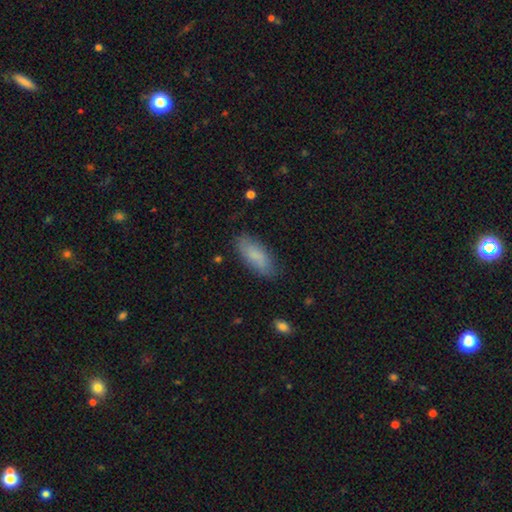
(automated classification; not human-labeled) A smooth galaxy with no disk features (80%) that is in between round and cigar-shaped (76%). Merging: none (80%).